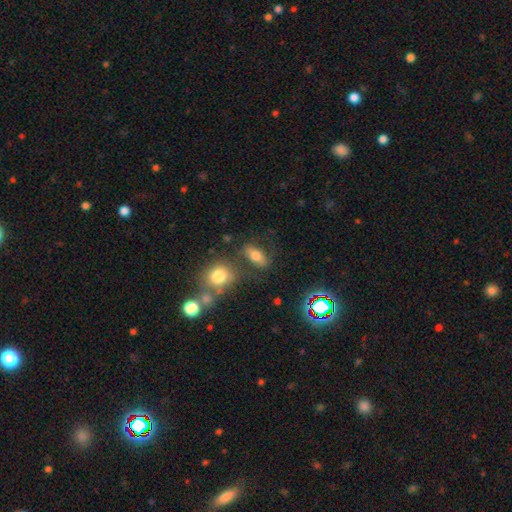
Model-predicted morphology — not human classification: Smooth or featured? Predicted: smooth (p=0.67). How rounded? Predicted: in between (p=0.75). Merging? Predicted: none (p=0.66).